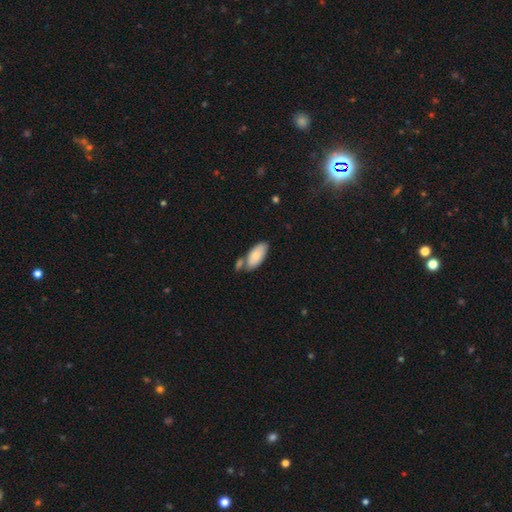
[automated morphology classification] smooth 79%, featured or disk 15%, star or artifact 6%. Down the decision tree: how rounded — in between (92%); merging — none (55%).